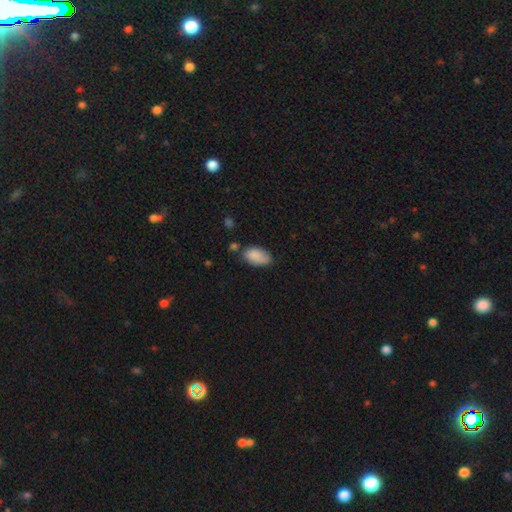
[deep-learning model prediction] Morphology: type=smooth (87%); roundness=in between (94%); merging=none (62%).